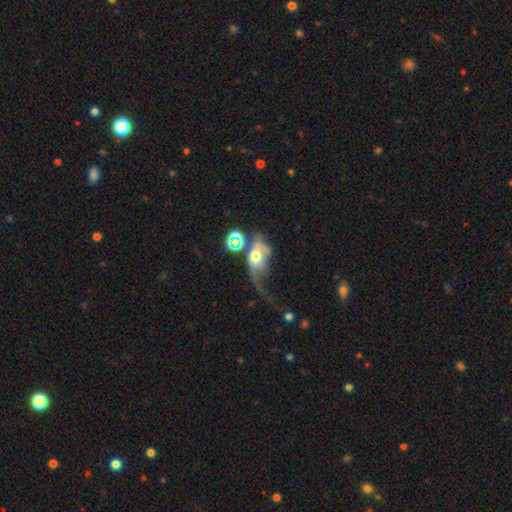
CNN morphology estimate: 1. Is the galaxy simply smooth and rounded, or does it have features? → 44% smooth, 43% featured or disk, 12% star or artifact.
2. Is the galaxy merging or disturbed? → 55% major disturbance, 19% merger, 13% none, 12% minor disturbance.